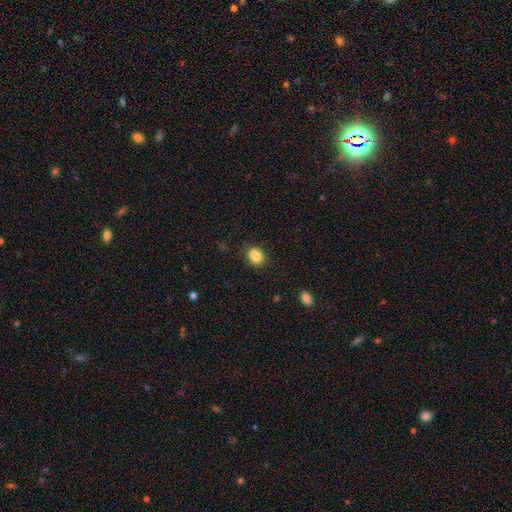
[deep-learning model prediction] Smooth or featured: smooth — 80% (featured or disk — 10%)
How rounded: round — 57% (in between — 42%)
Merging: none — 60% (merger — 22%)